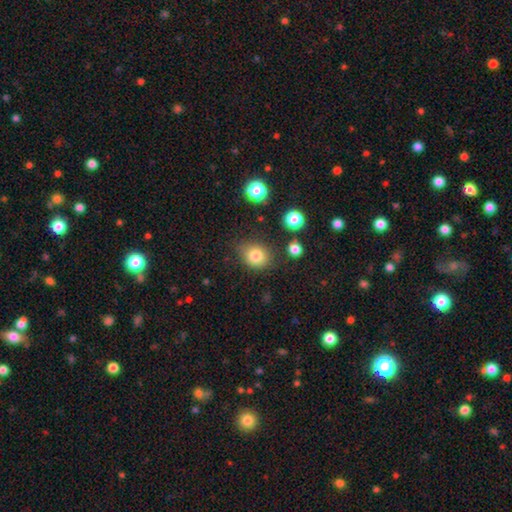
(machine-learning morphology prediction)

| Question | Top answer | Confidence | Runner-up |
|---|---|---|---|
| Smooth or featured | smooth | 81% | star or artifact (12%) |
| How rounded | round | 61% | in between (38%) |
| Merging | none | 75% | minor disturbance (17%) |